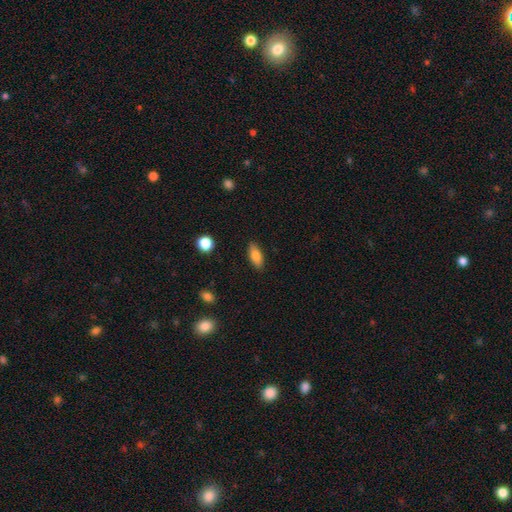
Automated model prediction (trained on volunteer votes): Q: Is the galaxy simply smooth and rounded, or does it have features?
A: smooth — 81%.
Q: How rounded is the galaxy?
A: in between — 82%.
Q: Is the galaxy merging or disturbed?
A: none — 87%.